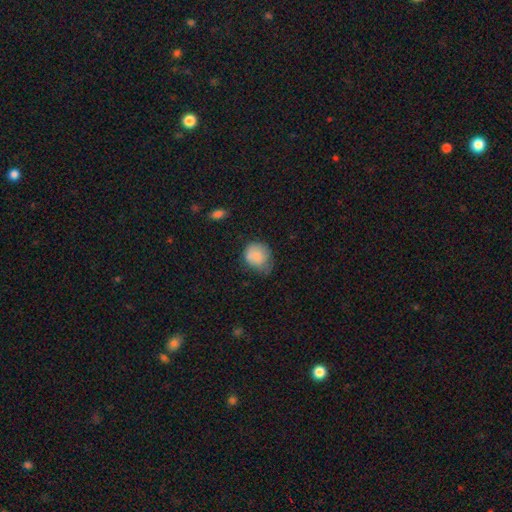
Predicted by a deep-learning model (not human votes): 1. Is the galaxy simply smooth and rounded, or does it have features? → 81% smooth, 12% featured or disk, 8% star or artifact.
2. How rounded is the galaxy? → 67% round, 32% in between, 1% cigar-shaped.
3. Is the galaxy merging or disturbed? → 42% none, 41% minor disturbance, 15% major disturbance, 3% merger.